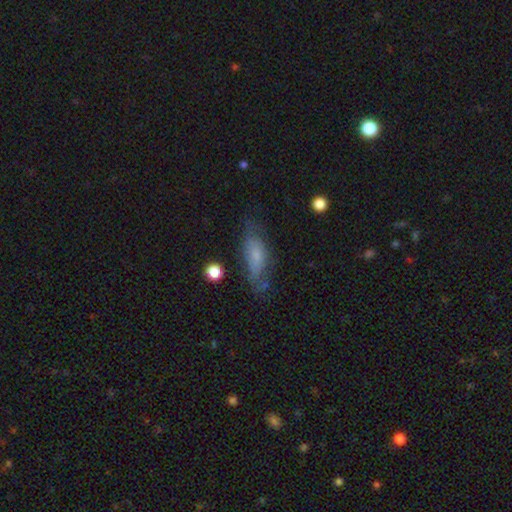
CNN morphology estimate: Smooth or featured: smooth — 60% (featured or disk — 32%)
How rounded: in between — 65% (cigar-shaped — 32%)
Merging: none — 55% (minor disturbance — 28%)